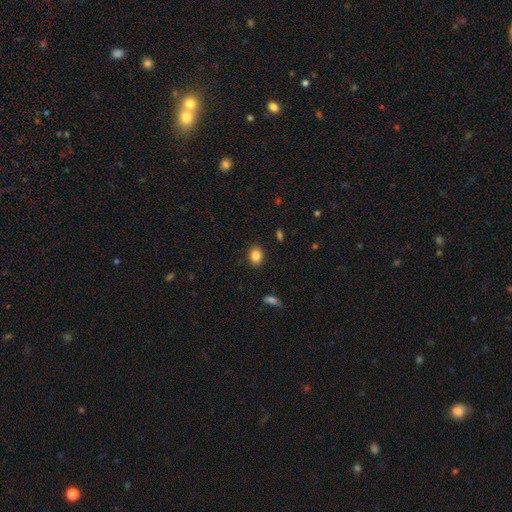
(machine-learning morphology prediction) A smooth galaxy with no disk features (86%) that is in between round and cigar-shaped (59%).

Vote fractions:
- Smooth or featured? smooth: 86% / star or artifact: 9% / featured or disk: 5%
- How rounded? in between: 59% / round: 40% / cigar-shaped: 1%
- Merging? none: 88% / minor disturbance: 8% / major disturbance: 2% / merger: 1%